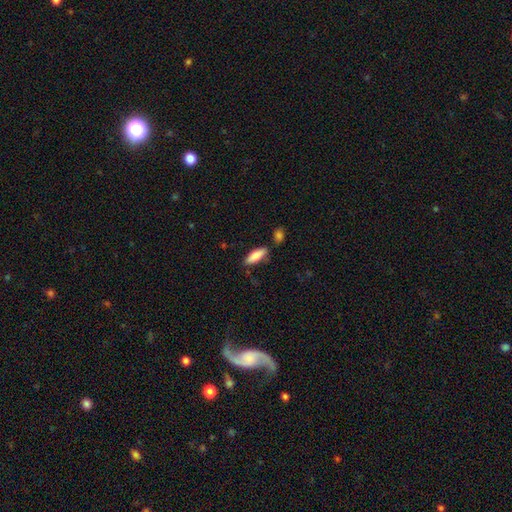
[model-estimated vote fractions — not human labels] A smooth galaxy with no disk features (81%) that is in between round and cigar-shaped (59%). Merging: none (75%).